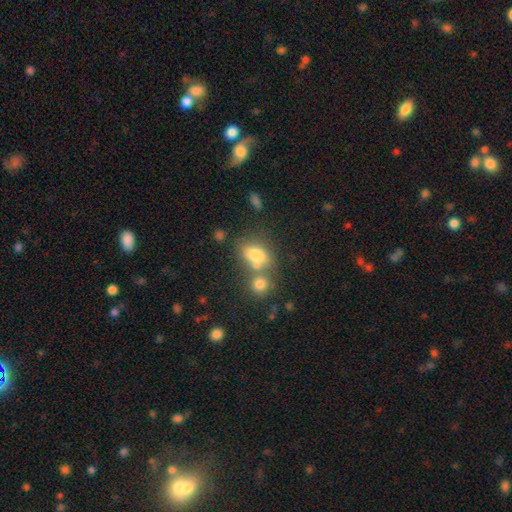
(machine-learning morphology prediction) smooth_or_featured: smooth (p=0.77) [alt: featured or disk p=0.12]
how_rounded: in between (p=0.77) [alt: round p=0.20]
merging: none (p=0.41) [alt: merger p=0.39]